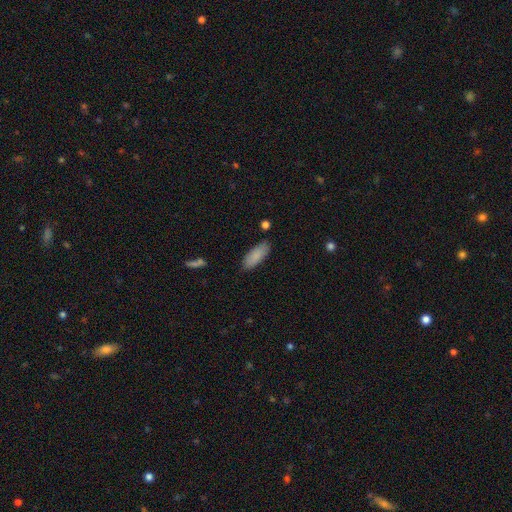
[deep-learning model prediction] Smooth or featured? Predicted: smooth (p=0.86). How rounded? Predicted: in between (p=0.73). Merging? Predicted: none (p=0.83).